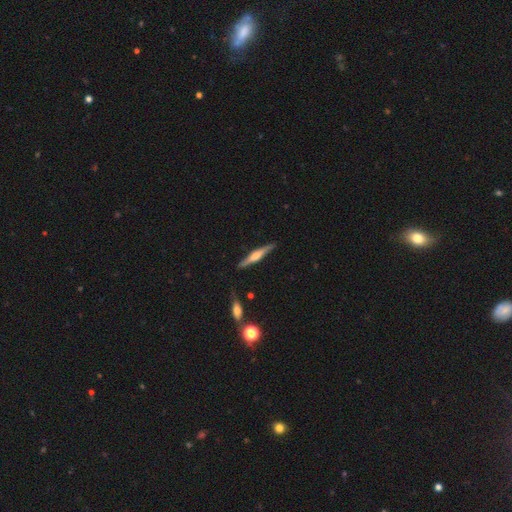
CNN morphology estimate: Overall: featured or disk (62%; smooth 32%). Edge-on disk: yes (97%). Edge-on bulge: rounded (73%). Merging: none (86%).